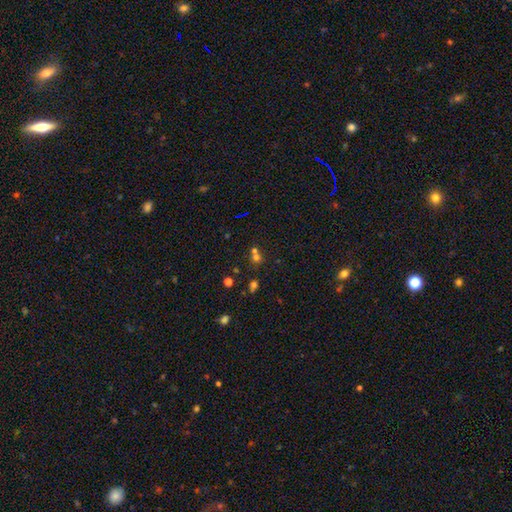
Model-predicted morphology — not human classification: type=smooth (58%); roundness=round (80%); merging=none (46%).